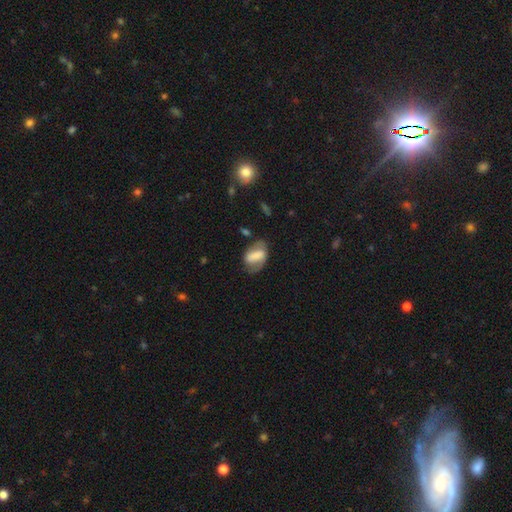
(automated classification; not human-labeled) Smooth or featured?
  - smooth: 52% *
  - featured or disk: 40%
  - star or artifact: 8%
How rounded?
  - in between: 85% *
  - round: 11%
  - cigar-shaped: 4%
Merging?
  - none: 56% *
  - minor disturbance: 26%
  - major disturbance: 15%
  - merger: 3%